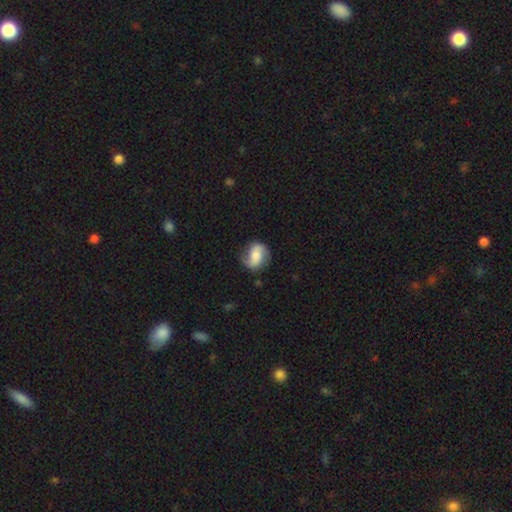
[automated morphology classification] This appears to be a featured or disk galaxy (58%) with no bar (47%), 2 (85%) loose (44%) spiral arms (91%) and a moderate central bulge (41%). Merging: none (72%).